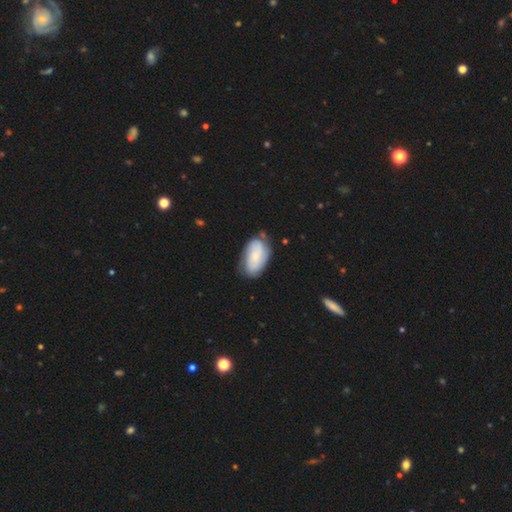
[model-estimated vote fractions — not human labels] Smooth or featured: smooth — 53% (featured or disk — 40%)
How rounded: in between — 93% (round — 5%)
Merging: none — 68% (minor disturbance — 23%)